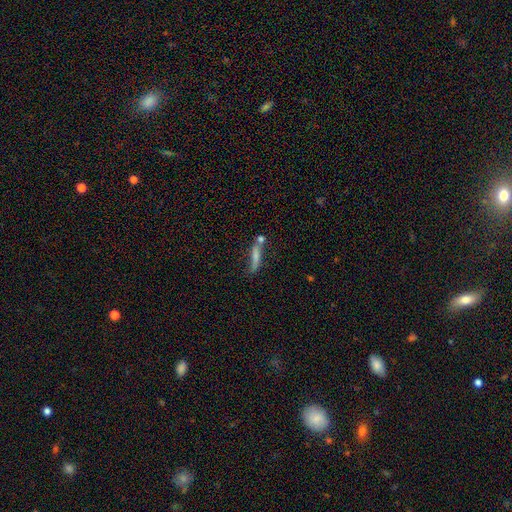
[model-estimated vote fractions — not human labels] smooth_or_featured: smooth (p=0.46) [alt: featured or disk p=0.42]
merging: none (p=0.50) [alt: minor disturbance p=0.20]